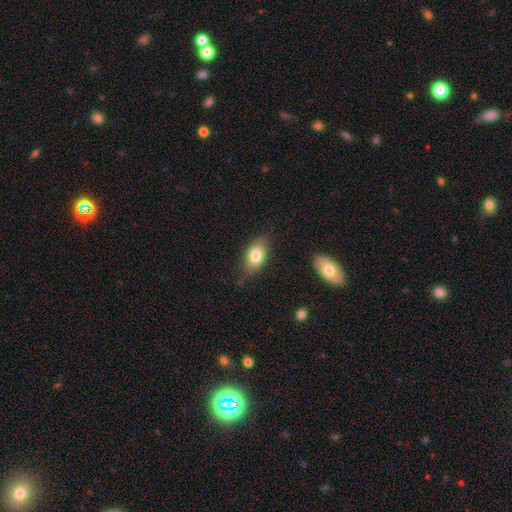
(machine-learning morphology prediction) smooth-or-featured: smooth: 79% | featured or disk: 13% | star or artifact: 7%
  how-rounded: in between: 90% | round: 7% | cigar-shaped: 3%
  merging: none: 78% | minor disturbance: 16% | major disturbance: 4% | merger: 2%